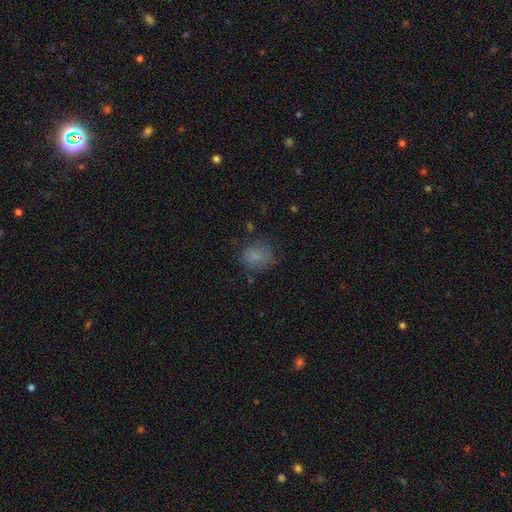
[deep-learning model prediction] Q: Smooth or featured?
A: smooth (76%); runner-up: star or artifact (13%)
Q: How rounded?
A: round (56%); runner-up: in between (42%)
Q: Merging?
A: none (68%); runner-up: minor disturbance (21%)